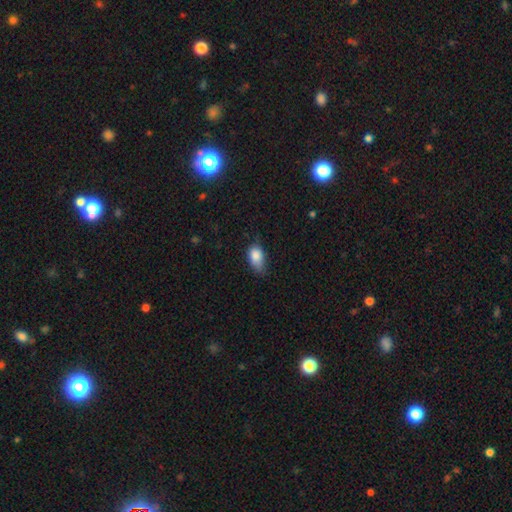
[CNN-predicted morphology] A smooth galaxy with no disk features (85%) that is in between round and cigar-shaped (87%).

Vote fractions:
- Smooth or featured? smooth: 85% / star or artifact: 8% / featured or disk: 7%
- How rounded? in between: 87% / round: 10% / cigar-shaped: 3%
- Merging? none: 50% / minor disturbance: 40% / major disturbance: 8% / merger: 2%